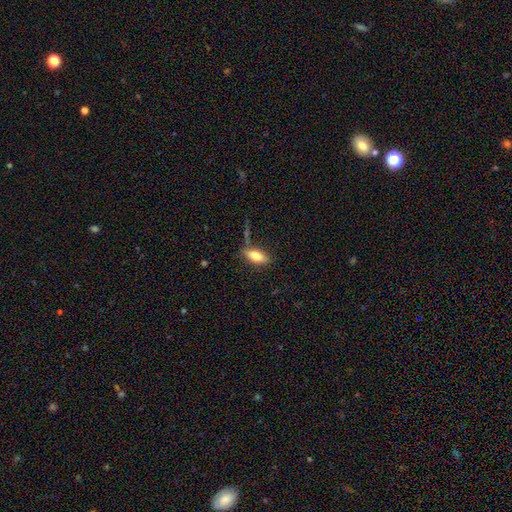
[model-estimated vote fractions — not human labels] Smooth or featured: smooth — 74% (featured or disk — 19%)
How rounded: in between — 75% (cigar-shaped — 22%)
Merging: none — 72% (minor disturbance — 15%)